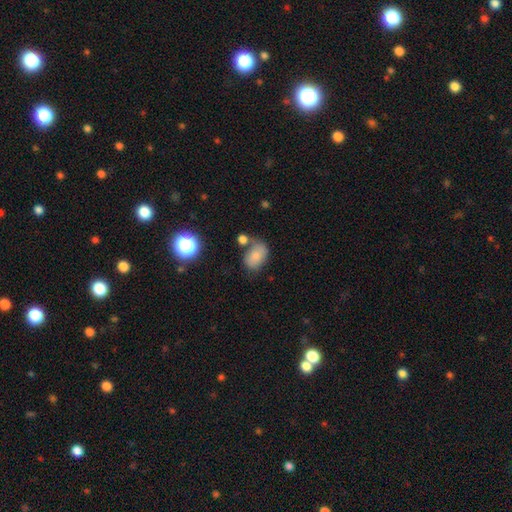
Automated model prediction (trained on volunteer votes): Smooth or featured? smooth (74%)
How rounded? in between (79%)
Merging? none (48%)